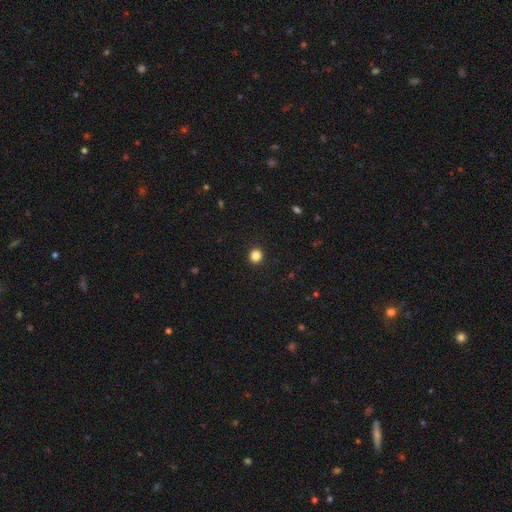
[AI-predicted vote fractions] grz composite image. It shows a smooth galaxy with no disk features (85%) that is round (88%). Merging: none (93%).